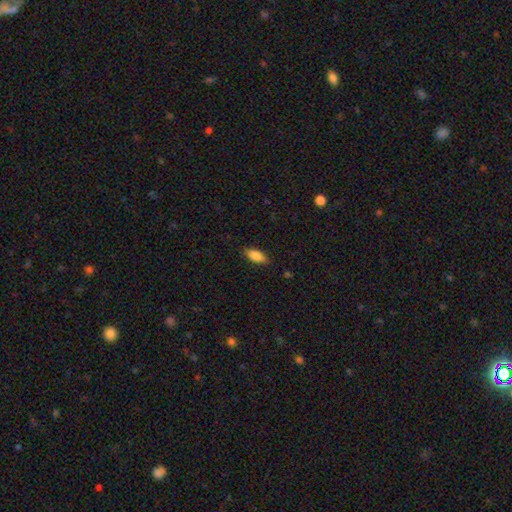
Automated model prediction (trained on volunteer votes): Smooth or featured? smooth (85%)
How rounded? in between (85%)
Merging? none (86%)